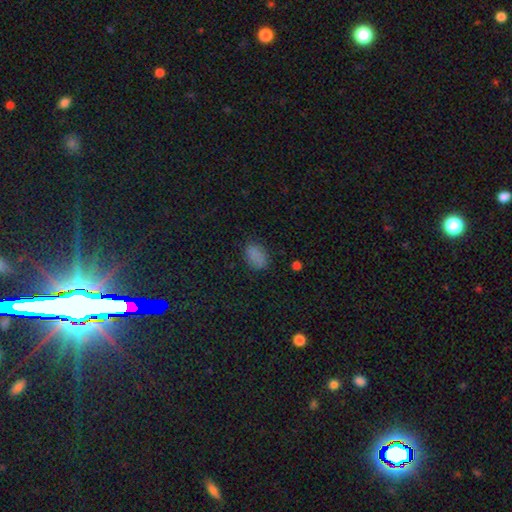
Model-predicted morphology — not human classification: A smooth galaxy with no disk features (80%) that is in between round and cigar-shaped (86%).

Vote fractions:
- Smooth or featured? smooth: 80% / star or artifact: 14% / featured or disk: 5%
- How rounded? in between: 86% / round: 12% / cigar-shaped: 2%
- Merging? none: 79% / minor disturbance: 15% / major disturbance: 4% / merger: 1%